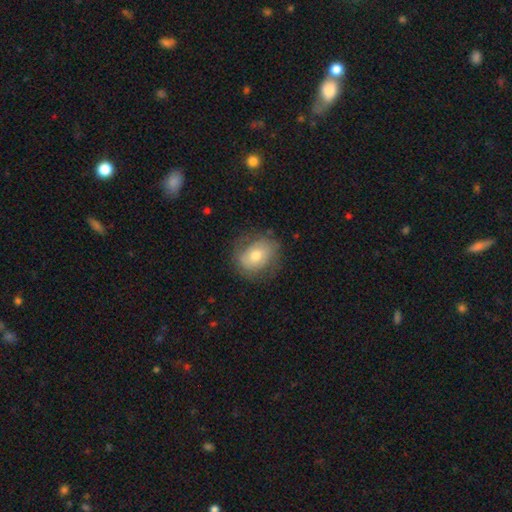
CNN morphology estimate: smooth_or_featured: smooth (p=0.57) [alt: featured or disk p=0.35]
how_rounded: round (p=0.52) [alt: in between p=0.47]
merging: none (p=0.70) [alt: minor disturbance p=0.20]